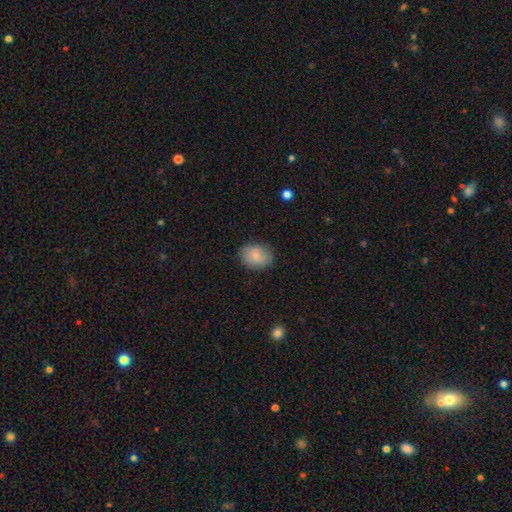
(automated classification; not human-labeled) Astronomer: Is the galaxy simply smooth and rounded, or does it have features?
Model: smooth — 80%.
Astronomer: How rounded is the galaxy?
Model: in between — 63%.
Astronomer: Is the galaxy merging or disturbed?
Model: none — 83%.